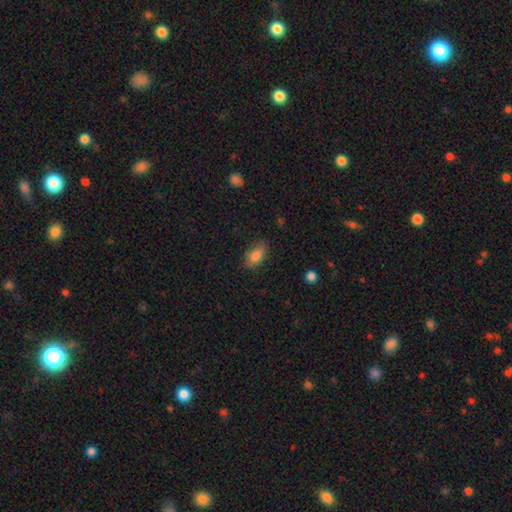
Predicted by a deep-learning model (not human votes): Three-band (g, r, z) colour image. It shows a smooth galaxy with no disk features (84%) that is in between round and cigar-shaped (89%). Merging: none (81%).